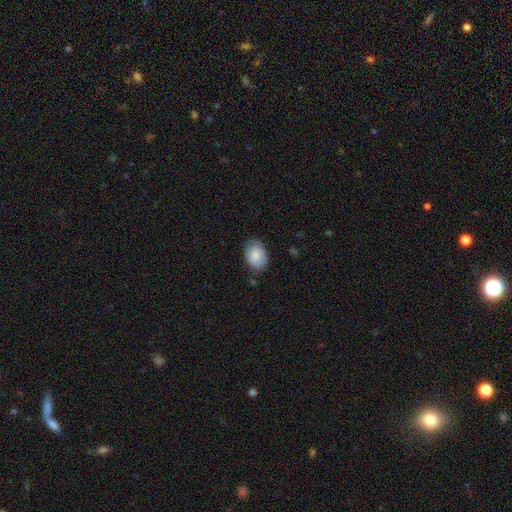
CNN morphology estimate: Smooth or featured: smooth — 85% (featured or disk — 9%)
How rounded: in between — 81% (round — 18%)
Merging: none — 79% (minor disturbance — 17%)